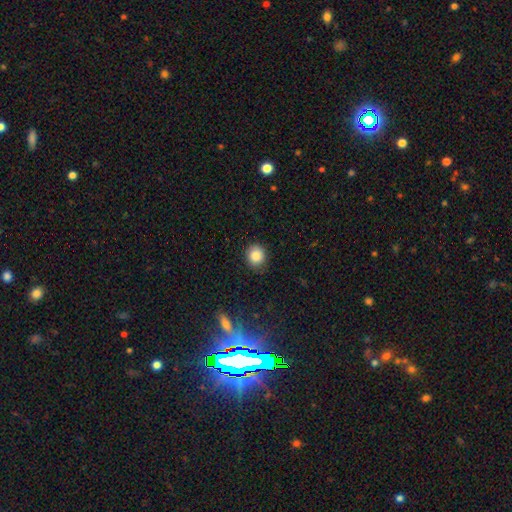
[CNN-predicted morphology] smooth-or-featured: smooth: 86% | star or artifact: 10% | featured or disk: 5%
  how-rounded: round: 80% | in between: 19% | cigar-shaped: 1%
  merging: none: 86% | minor disturbance: 11% | major disturbance: 2% | merger: 1%